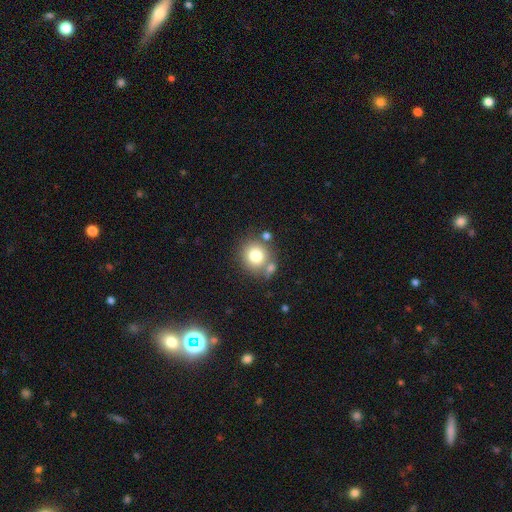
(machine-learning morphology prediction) smooth-or-featured: smooth: 78% | featured or disk: 11% | star or artifact: 10%
  how-rounded: round: 86% | in between: 13% | cigar-shaped: 1%
  merging: none: 66% | merger: 19% | minor disturbance: 12% | major disturbance: 4%